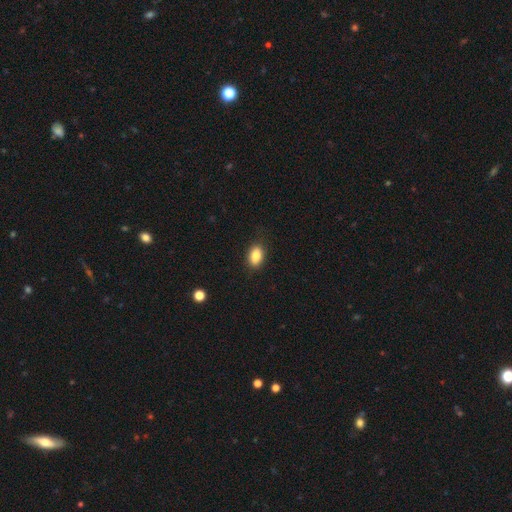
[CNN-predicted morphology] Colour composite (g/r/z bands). It shows a smooth galaxy with no disk features (85%) that is in between round and cigar-shaped (87%). Merging: none (87%).